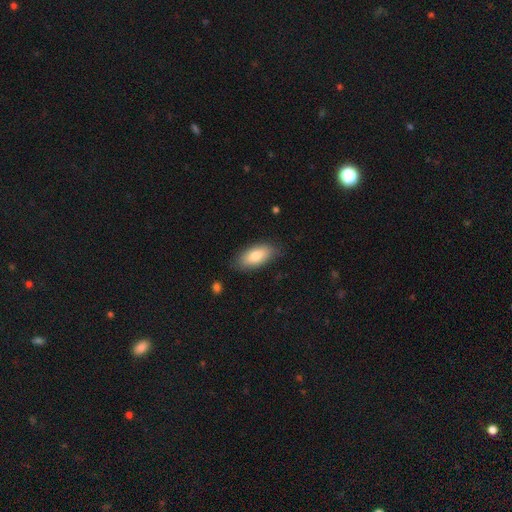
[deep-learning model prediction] Overall: smooth (79%). How rounded: in between (88%). Merging: none (83%).